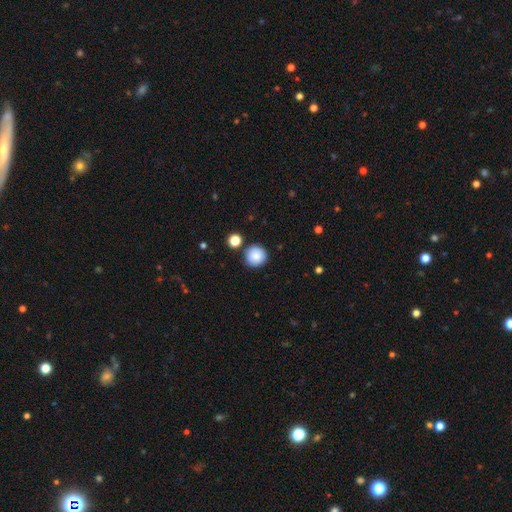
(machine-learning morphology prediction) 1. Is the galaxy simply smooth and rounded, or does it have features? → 86% smooth, 8% star or artifact, 5% featured or disk.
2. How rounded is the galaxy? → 94% round, 5% in between, 1% cigar-shaped.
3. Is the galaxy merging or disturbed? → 85% none, 8% minor disturbance, 5% merger, 2% major disturbance.